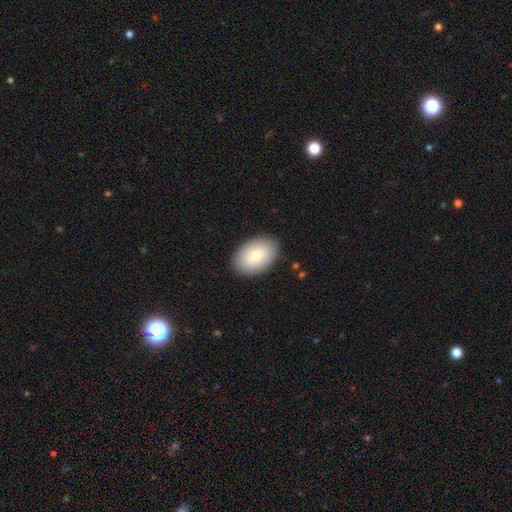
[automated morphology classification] Q: Smooth or featured?
A: smooth (76%); runner-up: featured or disk (18%)
Q: How rounded?
A: in between (89%); runner-up: round (10%)
Q: Merging?
A: none (88%); runner-up: minor disturbance (9%)